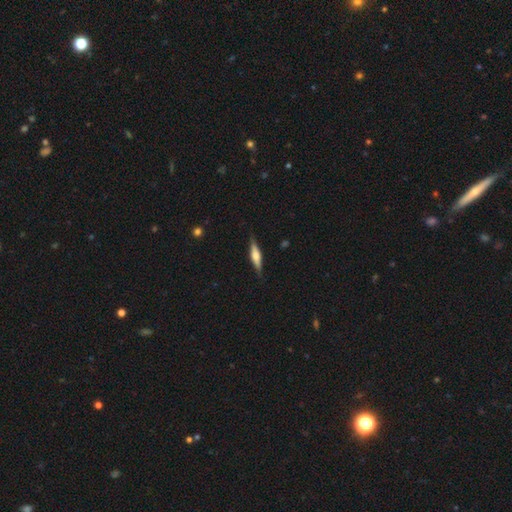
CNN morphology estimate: Q: Smooth or featured?
A: featured or disk (58%); runner-up: smooth (37%)
Q: Edge-on disk?
A: yes (95%); runner-up: no (5%)
Q: Edge-on bulge?
A: rounded (81%); runner-up: boxy (13%)
Q: Merging?
A: none (86%); runner-up: minor disturbance (10%)